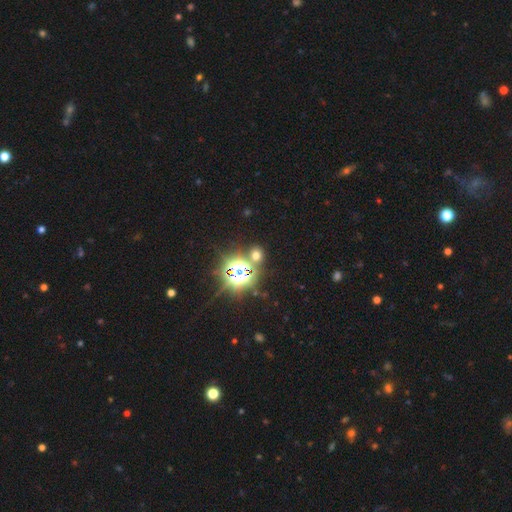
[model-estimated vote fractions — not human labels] Smooth or featured?
  - star or artifact: 51% *
  - smooth: 42%
  - featured or disk: 8%